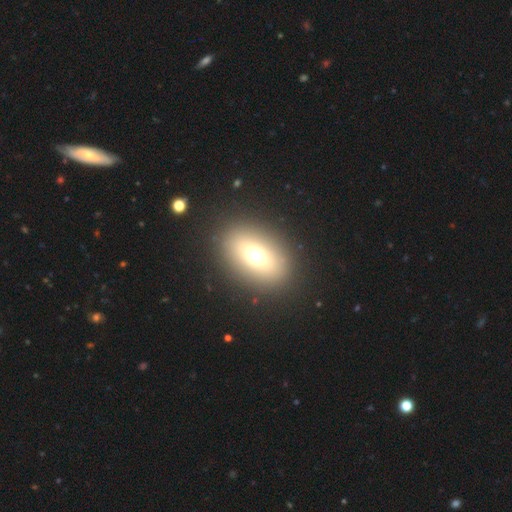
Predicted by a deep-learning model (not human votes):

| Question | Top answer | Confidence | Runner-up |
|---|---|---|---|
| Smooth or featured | smooth | 68% | featured or disk (20%) |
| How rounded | in between | 79% | round (17%) |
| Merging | none | 88% | minor disturbance (7%) |